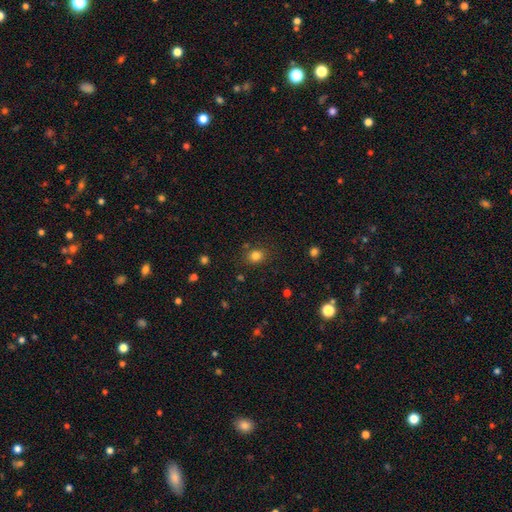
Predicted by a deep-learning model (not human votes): A smooth galaxy with no disk features (80%) that is round (61%). Merging: none (82%).